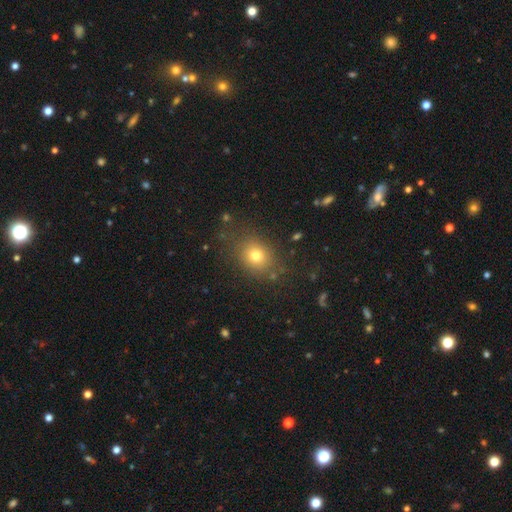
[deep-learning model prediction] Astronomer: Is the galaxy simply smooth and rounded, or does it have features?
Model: smooth — 74%.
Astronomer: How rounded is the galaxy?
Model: round — 63%.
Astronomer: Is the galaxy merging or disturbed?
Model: none — 79%.